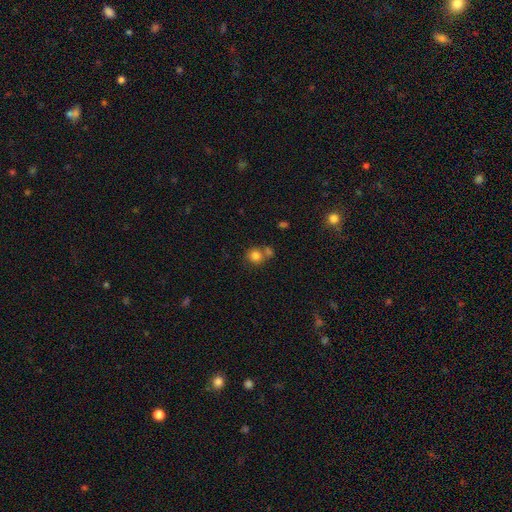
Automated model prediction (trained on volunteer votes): A smooth galaxy with no disk features (81%) that is round (87%). Merging: none (54%).